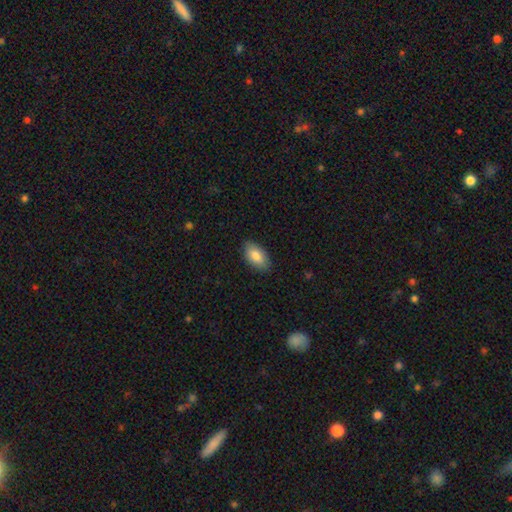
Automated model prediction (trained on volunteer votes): smooth_or_featured: smooth (p=0.85) [alt: featured or disk p=0.09]
how_rounded: in between (p=0.94) [alt: round p=0.04]
merging: none (p=0.86) [alt: minor disturbance p=0.11]